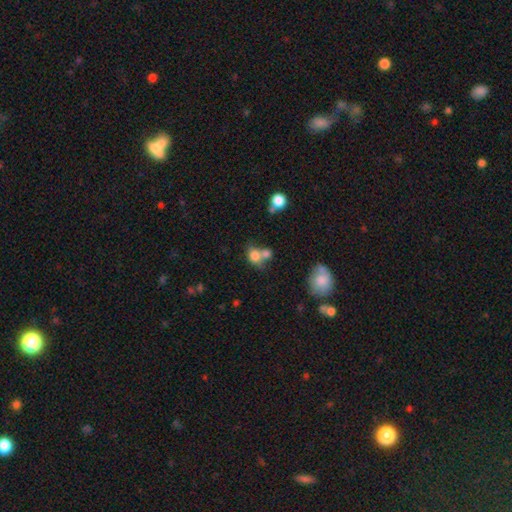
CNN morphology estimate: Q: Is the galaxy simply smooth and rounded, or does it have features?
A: smooth — 76%.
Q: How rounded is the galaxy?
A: in between — 50%.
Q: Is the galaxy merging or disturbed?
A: merger — 48%.